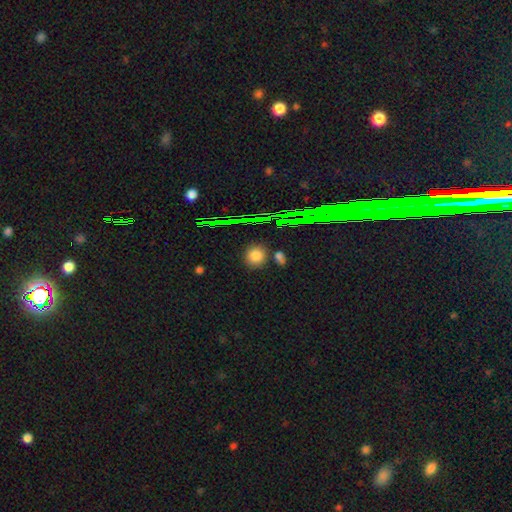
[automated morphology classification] The model was most divided on "smooth or featured": smooth: 76%, star or artifact: 17%, featured or disk: 7%. More confident: how rounded — round (83%); merging — none (81%).